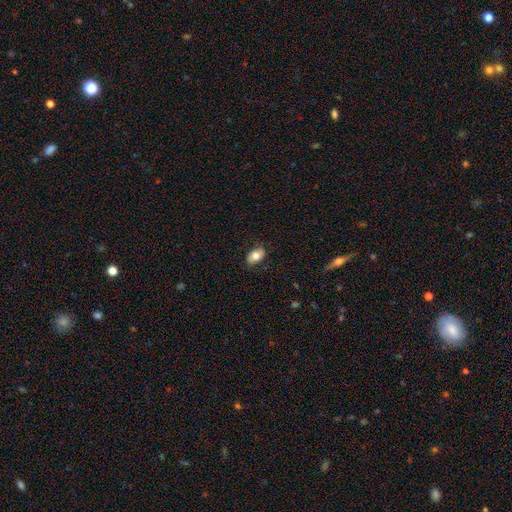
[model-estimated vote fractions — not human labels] Smooth or featured: smooth — 76% (featured or disk — 16%)
How rounded: in between — 89% (round — 9%)
Merging: none — 83% (minor disturbance — 14%)